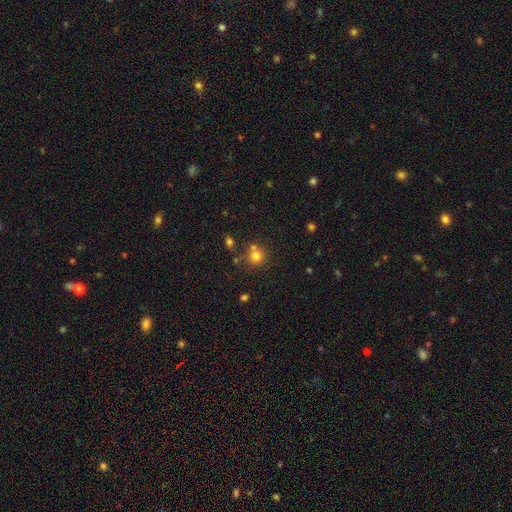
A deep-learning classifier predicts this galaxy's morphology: type=smooth (76%); roundness=round (89%); merging=none (63%).